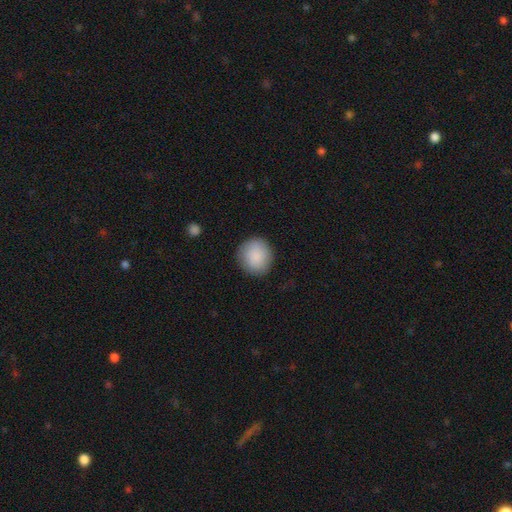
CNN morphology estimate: Smooth or featured?
  - smooth: 88% *
  - star or artifact: 6%
  - featured or disk: 5%
How rounded?
  - round: 88% *
  - in between: 11%
  - cigar-shaped: 1%
Merging?
  - none: 87% *
  - minor disturbance: 9%
  - major disturbance: 3%
  - merger: 1%